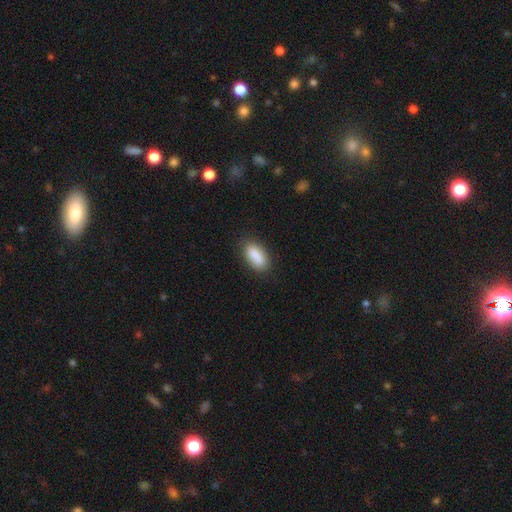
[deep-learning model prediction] smooth_or_featured: smooth (p=0.88) [alt: star or artifact p=0.07]
how_rounded: in between (p=0.88) [alt: cigar-shaped p=0.09]
merging: none (p=0.82) [alt: minor disturbance p=0.13]